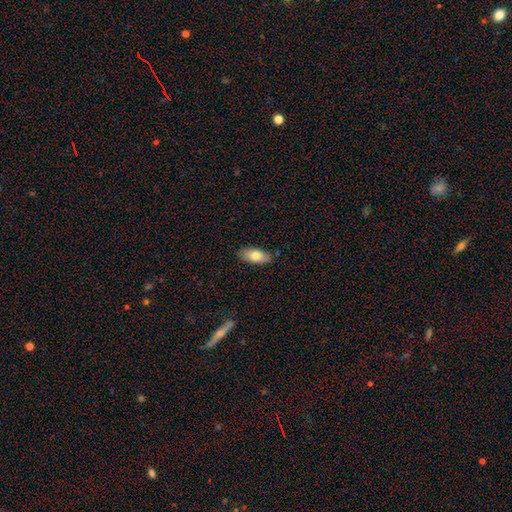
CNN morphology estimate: The model was most divided on "smooth or featured": smooth: 76%, featured or disk: 18%, star or artifact: 6%. More confident: how rounded — in between (87%); merging — none (85%).